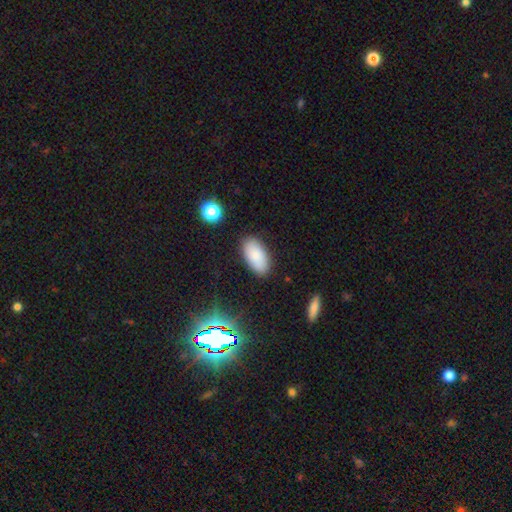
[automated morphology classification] smooth_or_featured: smooth (p=0.85) [alt: star or artifact p=0.08]
how_rounded: in between (p=0.94) [alt: cigar-shaped p=0.03]
merging: none (p=0.86) [alt: minor disturbance p=0.10]